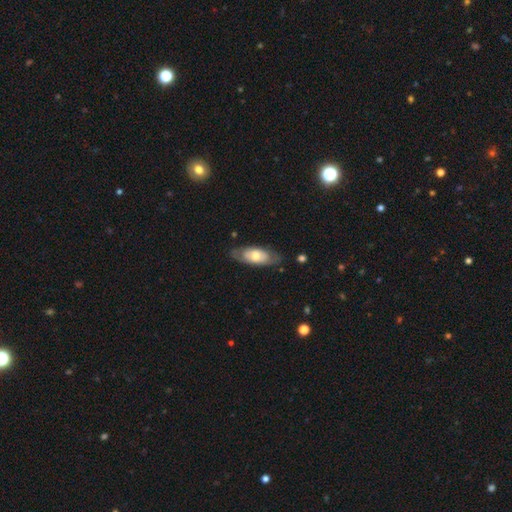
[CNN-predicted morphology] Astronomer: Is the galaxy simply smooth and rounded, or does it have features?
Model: smooth — 49% (runner-up: featured or disk, 46%).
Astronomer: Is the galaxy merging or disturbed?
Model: none — 75%.